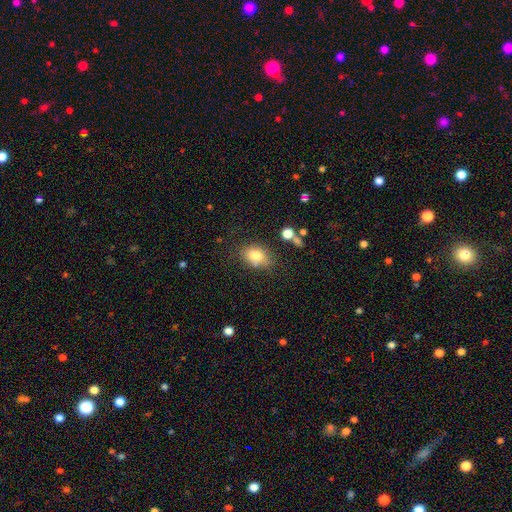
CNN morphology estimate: This is likely a smooth galaxy (78%). How rounded: likely in between (73%). Merging: likely none (66%).